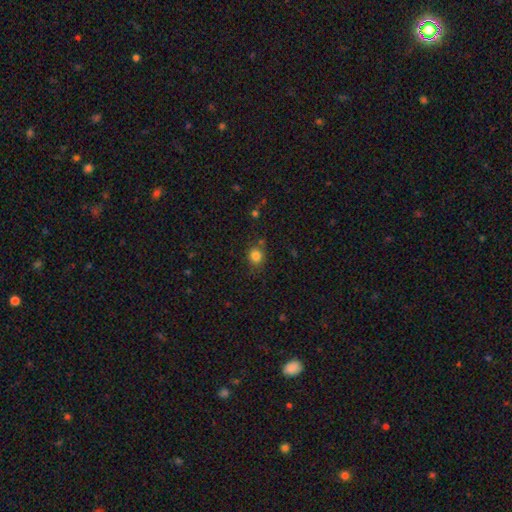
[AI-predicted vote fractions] Smooth or featured? smooth (83%)
How rounded? round (79%)
Merging? none (77%)